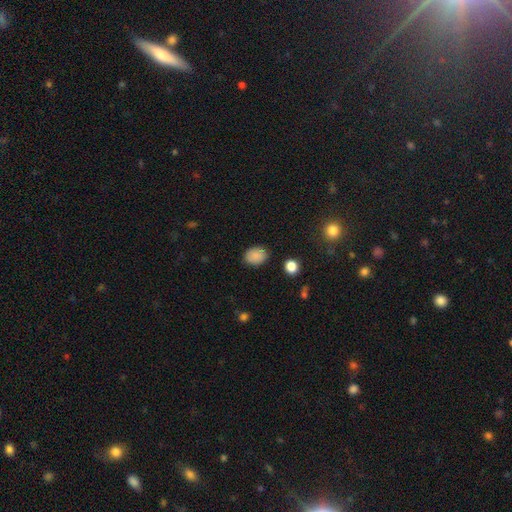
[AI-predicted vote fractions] Smooth or featured? Predicted: smooth (p=0.87). How rounded? Predicted: in between (p=0.62). Merging? Predicted: none (p=0.86).